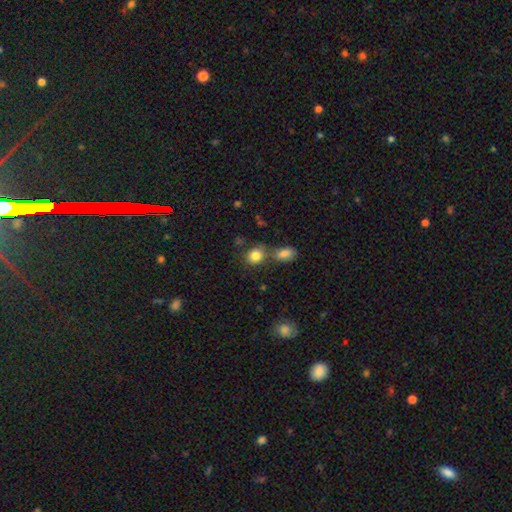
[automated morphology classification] Smooth or featured? Predicted: smooth (p=0.83). How rounded? Predicted: round (p=0.65). Merging? Predicted: none (p=0.58).